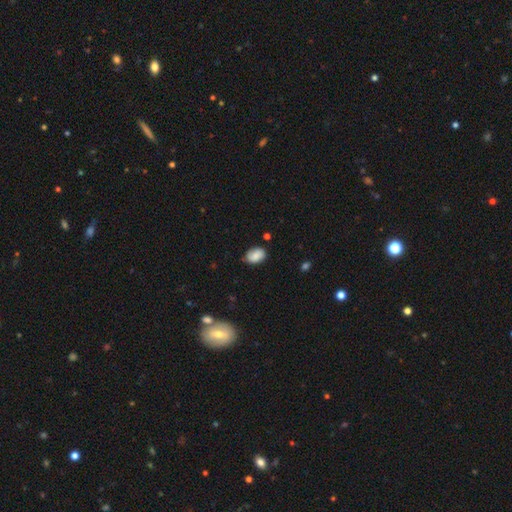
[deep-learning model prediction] Overall: smooth (79%). How rounded: in between (83%). Merging: none (73%).